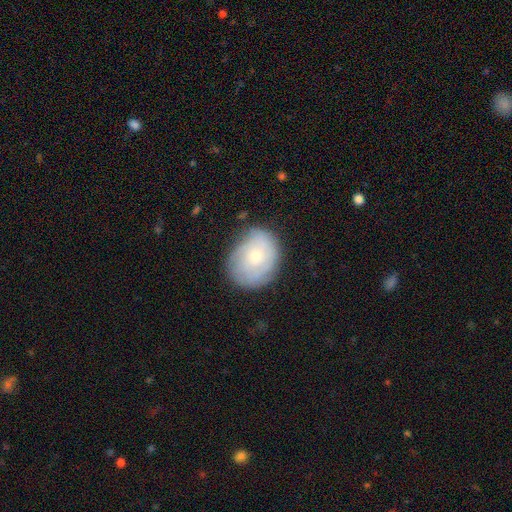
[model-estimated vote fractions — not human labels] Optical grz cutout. It shows a smooth galaxy with no disk features (50%) that is in between round and cigar-shaped (50%). Merging: none (70%).